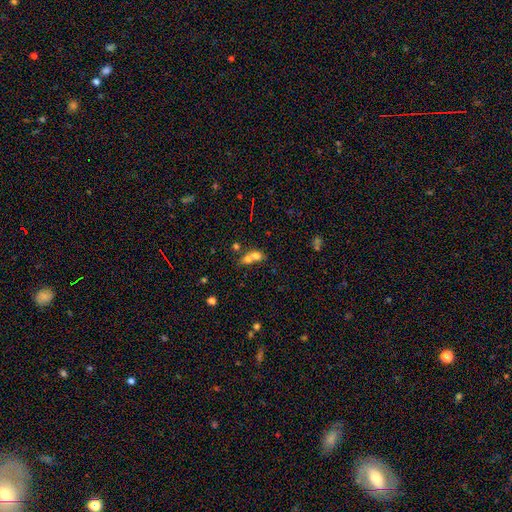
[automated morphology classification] The model was most divided on "how rounded": round: 52%, in between: 44%, cigar-shaped: 4%. More confident: merging — merger (64%); smooth or featured — smooth (61%).